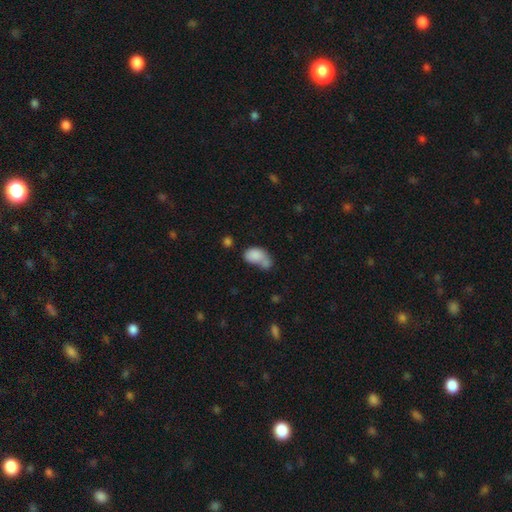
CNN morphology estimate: Smooth or featured?
  - smooth: 81% *
  - featured or disk: 11%
  - star or artifact: 8%
How rounded?
  - in between: 83% *
  - round: 16%
  - cigar-shaped: 2%
Merging?
  - merger: 51% *
  - none: 25%
  - minor disturbance: 15%
  - major disturbance: 10%